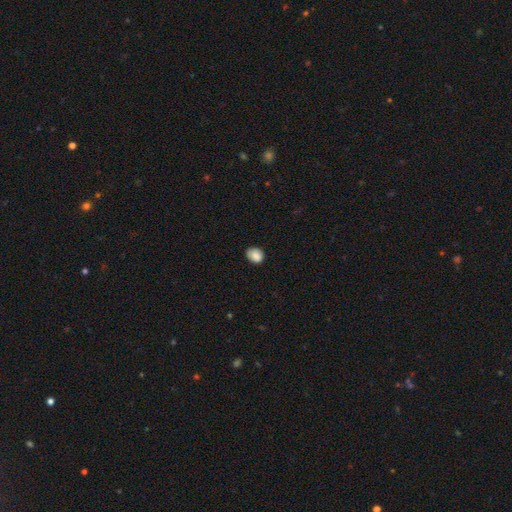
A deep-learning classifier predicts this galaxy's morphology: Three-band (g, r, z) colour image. It shows a smooth galaxy with no disk features (86%) that is round (50%). Merging: none (73%).